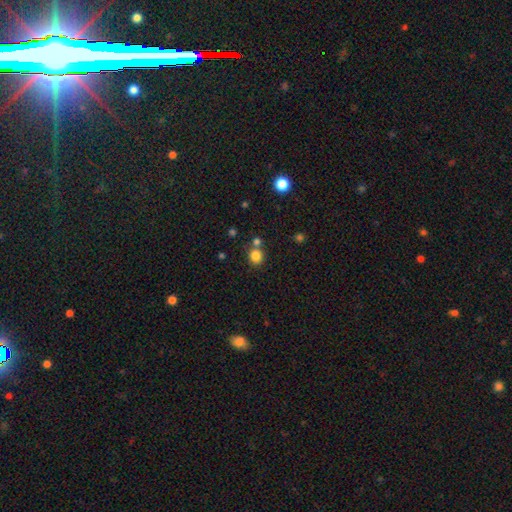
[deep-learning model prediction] This appears to be a smooth galaxy with no disk features (83%) that is round (80%). Merging: none (67%).